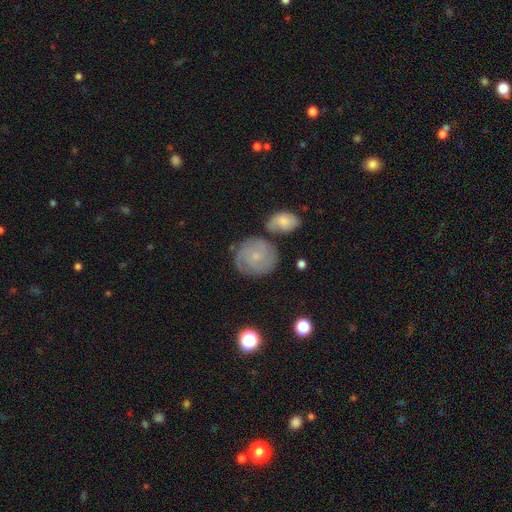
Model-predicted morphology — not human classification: smooth-or-featured: featured or disk: 62% | smooth: 29% | star or artifact: 8%
  disk-edge-on: no: 97% | yes: 3%
    bar: no: 77% | weak: 20% | strong: 3%
    has-spiral-arms: yes: 89% | no: 11%
      spiral-winding: tight: 65% | medium: 27% | loose: 8%
      spiral-arm-count: can't tell: 35% | 2: 32% | 3: 17% | 4: 6% | 1: 5% | more than 4: 4%
    bulge-size: small: 78% | moderate: 15% | none: 5% | large: 1% | dominant: 1%
  merging: none: 66% | minor disturbance: 16% | merger: 12% | major disturbance: 6%